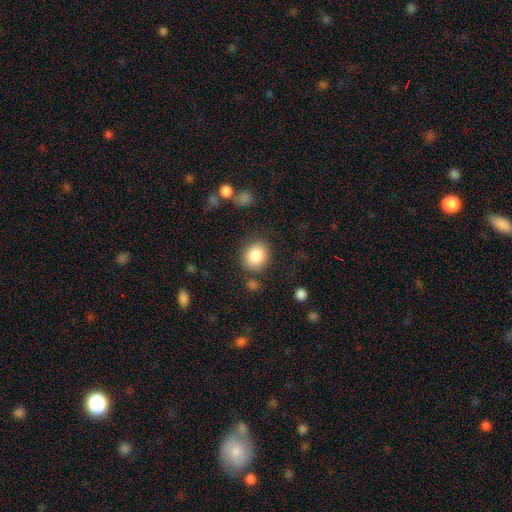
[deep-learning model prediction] Smooth or featured? smooth (85%)
How rounded? round (60%)
Merging? none (82%)